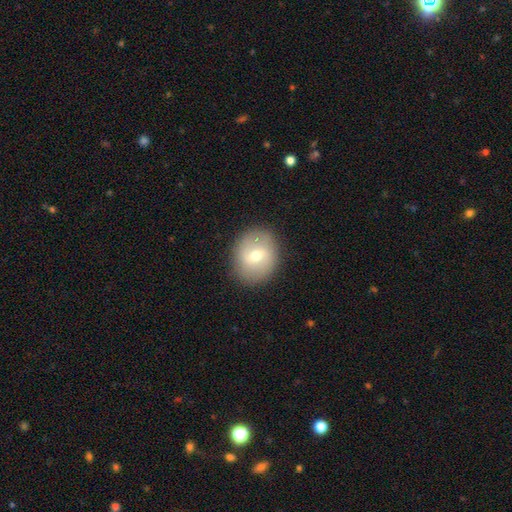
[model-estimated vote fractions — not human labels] Smooth or featured? smooth (56%)
How rounded? round (69%)
Merging? none (87%)